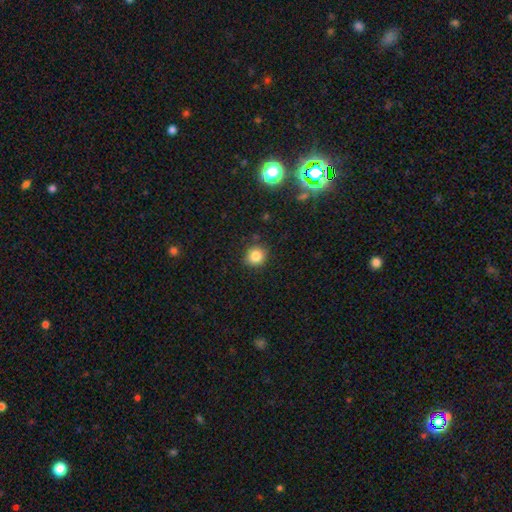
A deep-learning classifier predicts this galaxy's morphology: Smooth or featured? smooth (83%)
How rounded? round (87%)
Merging? none (88%)